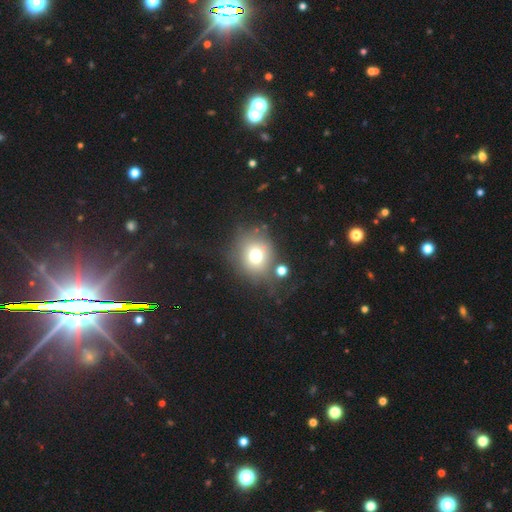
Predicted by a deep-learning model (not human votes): Overall: smooth (71%). How rounded: round (76%). Merging: none (65%).